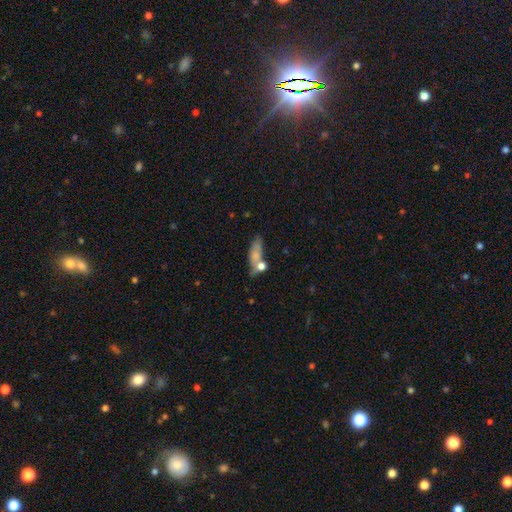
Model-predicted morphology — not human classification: A smooth galaxy with no disk features (68%) that is in between round and cigar-shaped (58%). Merging: none (42%).